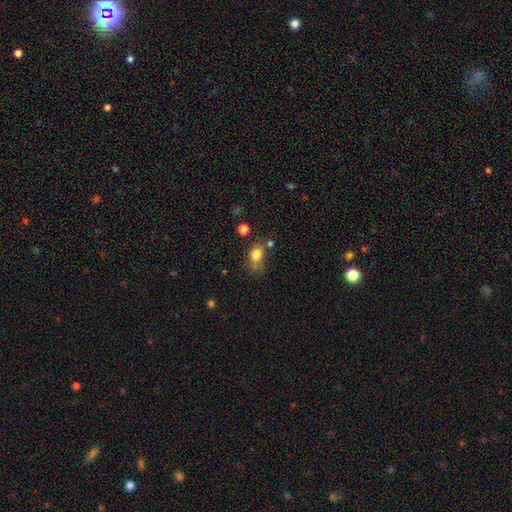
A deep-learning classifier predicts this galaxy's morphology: This is clearly a smooth galaxy (81%). How rounded: possibly in between (54%). Merging: possibly none (49%).